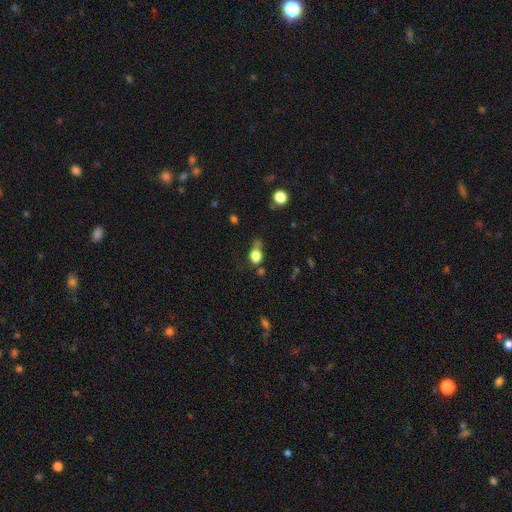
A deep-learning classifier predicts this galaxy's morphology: Smooth or featured? Predicted: smooth (p=0.80). How rounded? Predicted: round (p=0.49). Merging? Predicted: none (p=0.38).